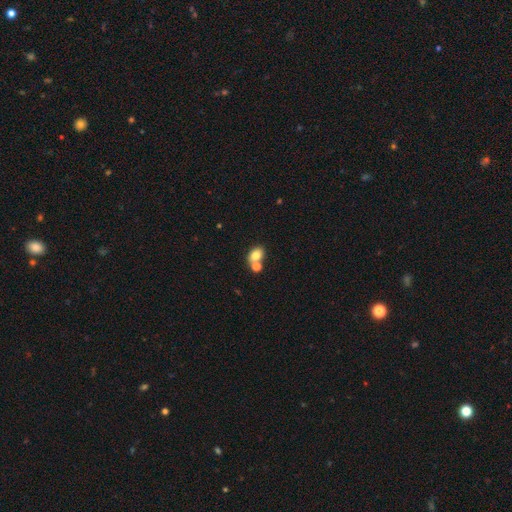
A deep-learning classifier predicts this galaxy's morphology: Q: Smooth or featured?
A: smooth (79%); runner-up: featured or disk (11%)
Q: How rounded?
A: in between (66%); runner-up: round (33%)
Q: Merging?
A: none (47%); runner-up: merger (40%)